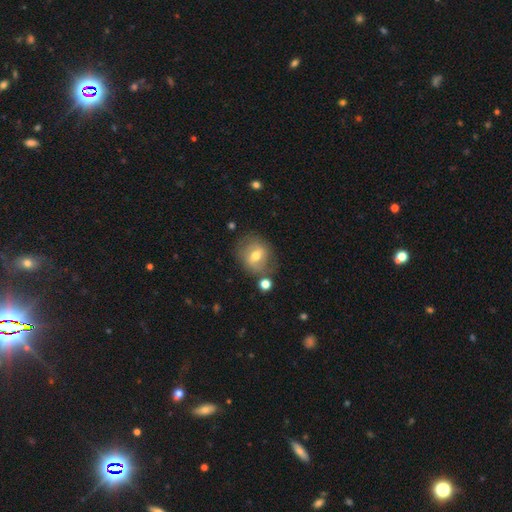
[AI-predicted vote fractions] A smooth galaxy with no disk features (50%) that is round (66%).

Vote fractions:
- Smooth or featured? smooth: 50% / featured or disk: 40% / star or artifact: 9%
- How rounded? round: 66% / in between: 33% / cigar-shaped: 1%
- Merging? none: 68% / minor disturbance: 18% / major disturbance: 8% / merger: 6%